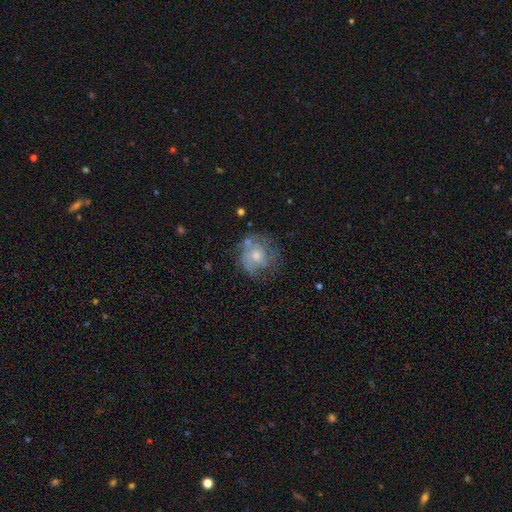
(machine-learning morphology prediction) smooth-or-featured: featured or disk: 59% | smooth: 33% | star or artifact: 8%
  disk-edge-on: no: 98% | yes: 2%
    bar: no: 80% | weak: 18% | strong: 2%
    has-spiral-arms: yes: 70% | no: 30%
    bulge-size: moderate: 50% | small: 39% | large: 5% | none: 5% | dominant: 1%
  merging: none: 57% | minor disturbance: 23% | major disturbance: 16% | merger: 4%